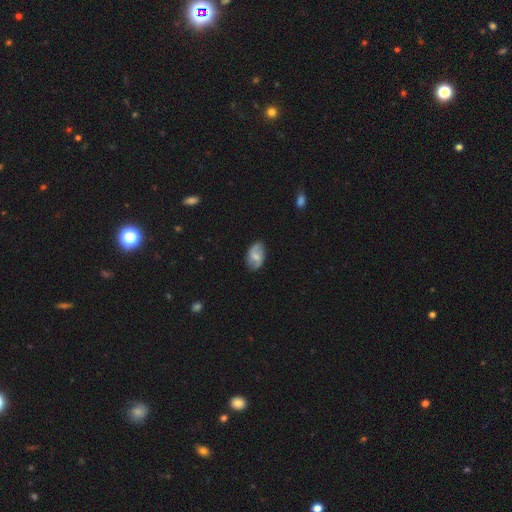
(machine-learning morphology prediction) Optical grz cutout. It shows a featured or disk galaxy (47%). Merging: none (79%).